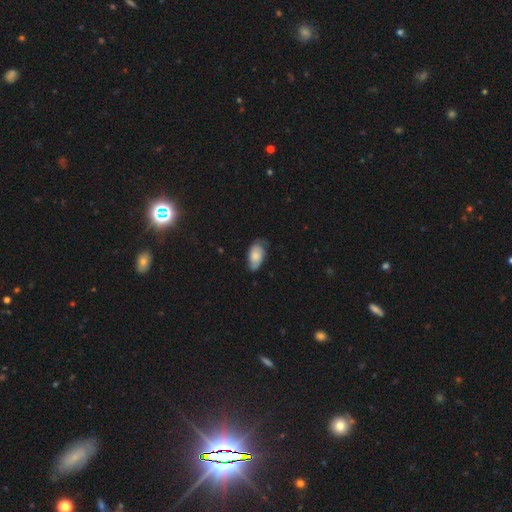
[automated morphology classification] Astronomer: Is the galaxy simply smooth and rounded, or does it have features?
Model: smooth — 54% (runner-up: featured or disk, 38%).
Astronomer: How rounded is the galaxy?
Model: in between — 92%.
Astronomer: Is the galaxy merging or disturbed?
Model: none — 62%.